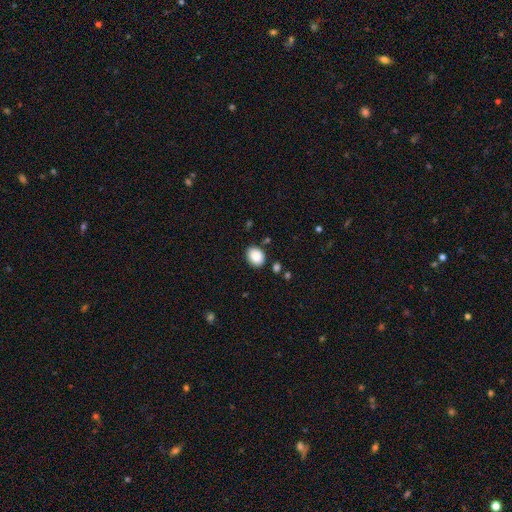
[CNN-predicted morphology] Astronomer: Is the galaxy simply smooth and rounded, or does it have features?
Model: smooth — 88%.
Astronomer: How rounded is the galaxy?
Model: in between — 61% (runner-up: round, 38%).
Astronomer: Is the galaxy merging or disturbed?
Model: none — 84%.